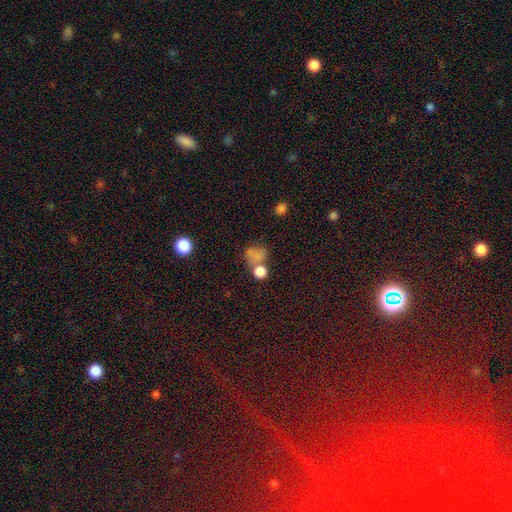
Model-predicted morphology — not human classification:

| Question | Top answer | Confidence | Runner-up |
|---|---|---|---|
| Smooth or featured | smooth | 71% | star or artifact (17%) |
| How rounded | round | 65% | in between (33%) |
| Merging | none | 37% | tied: merger (37%) |